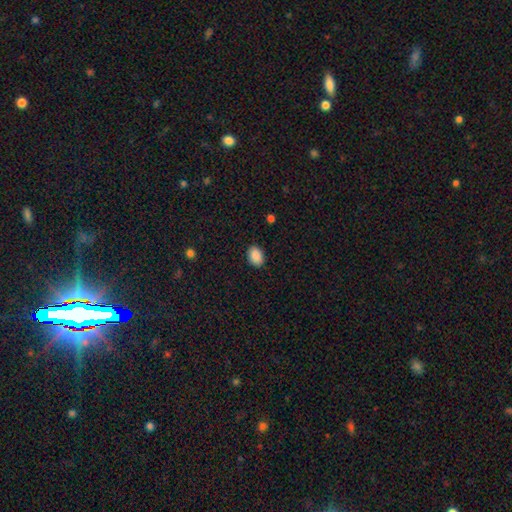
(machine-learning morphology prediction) smooth_or_featured: smooth (p=0.89) [alt: star or artifact p=0.08]
how_rounded: in between (p=0.80) [alt: round p=0.19]
merging: none (p=0.86) [alt: minor disturbance p=0.10]